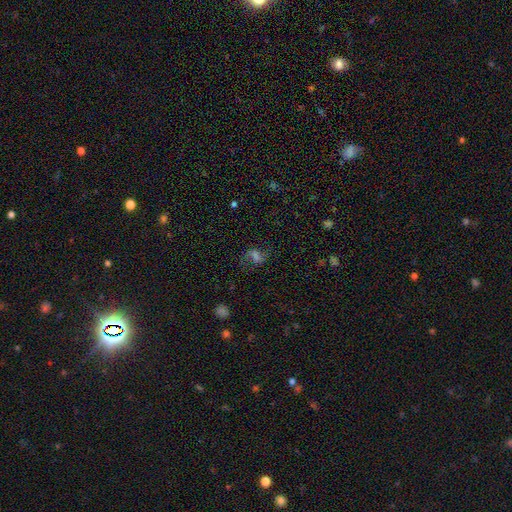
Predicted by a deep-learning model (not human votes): Smooth or featured: featured or disk — 41% (smooth — 35%)
Merging: none — 62% (minor disturbance — 17%)